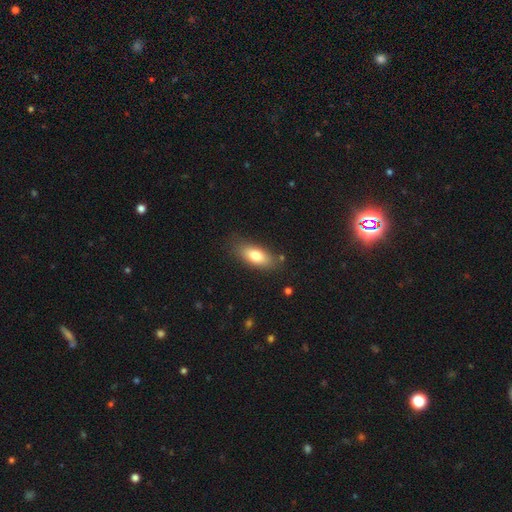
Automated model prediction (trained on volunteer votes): smooth-or-featured: smooth: 76% | featured or disk: 17% | star or artifact: 7%
  how-rounded: in between: 82% | cigar-shaped: 15% | round: 3%
  merging: none: 81% | minor disturbance: 14% | major disturbance: 3% | merger: 2%